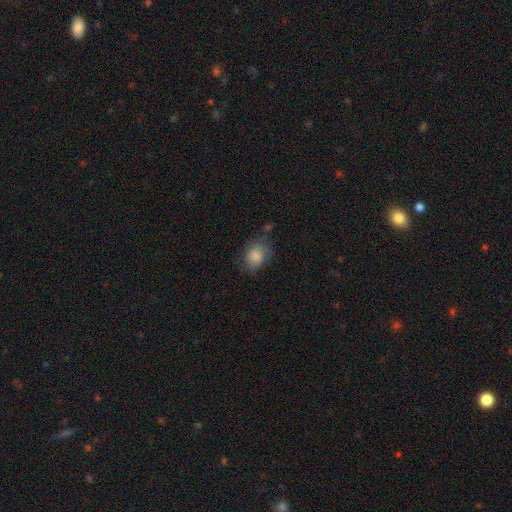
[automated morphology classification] The model was most divided on "how rounded": in between: 58%, round: 41%, cigar-shaped: 1%. More confident: smooth or featured — smooth (80%); merging — none (58%).